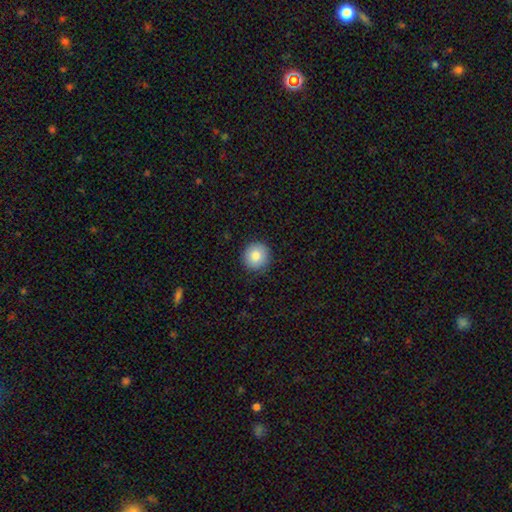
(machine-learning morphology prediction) Q: Smooth or featured?
A: smooth (84%); runner-up: star or artifact (8%)
Q: How rounded?
A: round (93%); runner-up: in between (6%)
Q: Merging?
A: none (91%); runner-up: minor disturbance (7%)